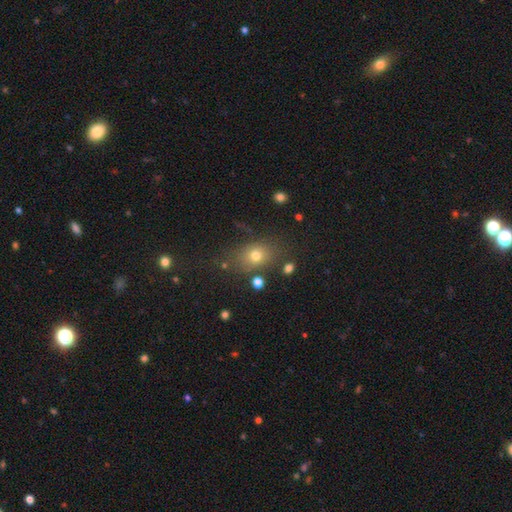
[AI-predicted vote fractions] This appears to be a smooth galaxy with no disk features (70%) that is in between round and cigar-shaped (57%). Merging: none (75%).